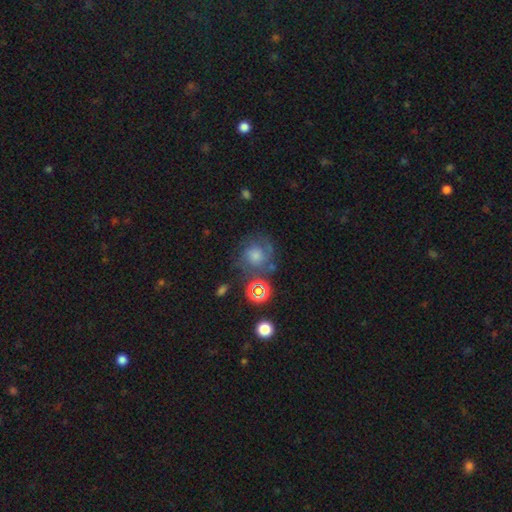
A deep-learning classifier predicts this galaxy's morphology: smooth-or-featured: featured or disk: 47% | smooth: 33% | star or artifact: 20%
  merging: none: 62% | minor disturbance: 18% | major disturbance: 12% | merger: 7%